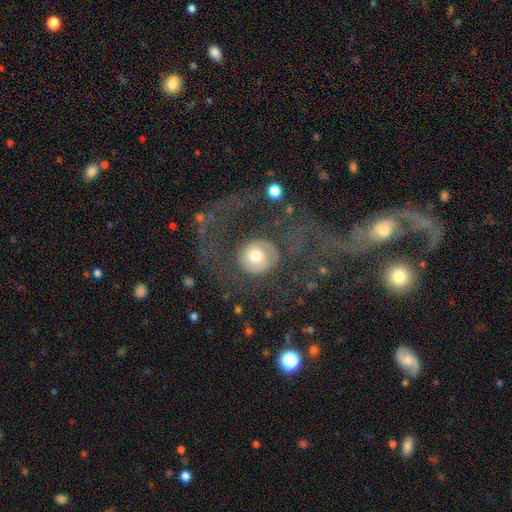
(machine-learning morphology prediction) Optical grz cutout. It shows a featured or disk galaxy (52%). Merging: none (50%).